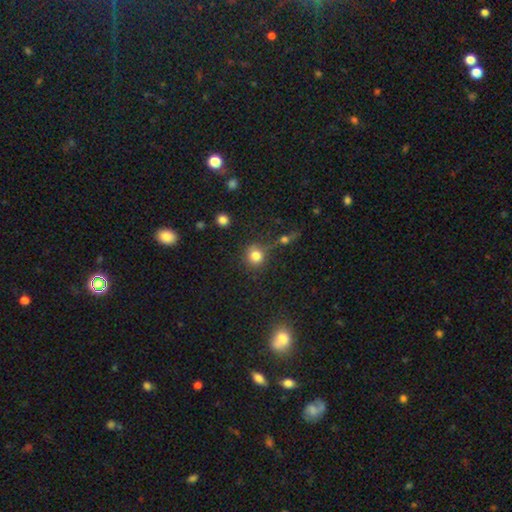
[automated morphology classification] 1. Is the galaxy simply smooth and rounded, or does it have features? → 80% smooth, 13% star or artifact, 7% featured or disk.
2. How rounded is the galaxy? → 88% round, 10% in between, 1% cigar-shaped.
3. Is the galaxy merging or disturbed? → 74% none, 13% minor disturbance, 8% merger, 5% major disturbance.